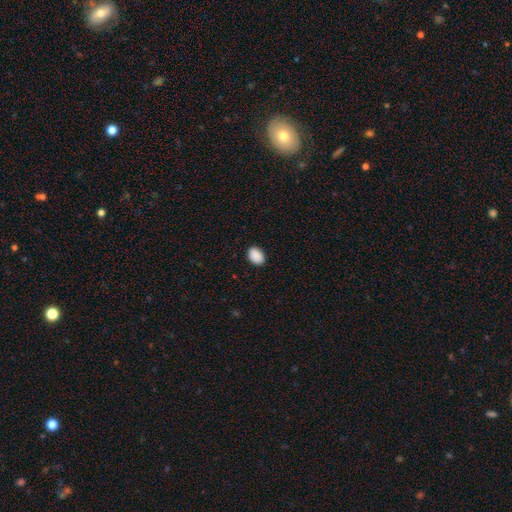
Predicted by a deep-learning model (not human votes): A smooth galaxy with no disk features (91%) that is in between round and cigar-shaped (80%).

Vote fractions:
- Smooth or featured? smooth: 91% / star or artifact: 7% / featured or disk: 2%
- How rounded? in between: 80% / round: 19% / cigar-shaped: 1%
- Merging? none: 89% / minor disturbance: 8% / major disturbance: 2% / merger: 1%